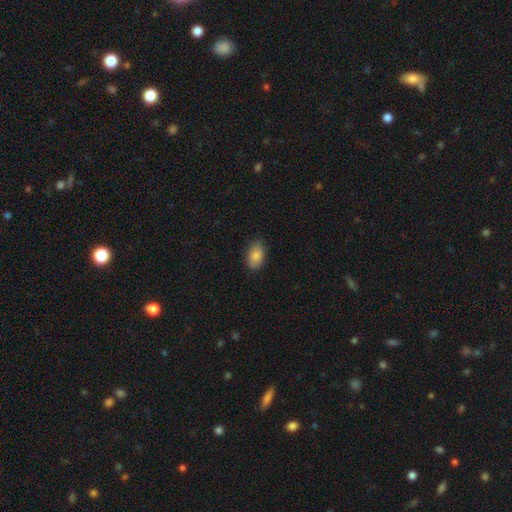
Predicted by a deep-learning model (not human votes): This appears to be a smooth galaxy with no disk features (86%) that is in between round and cigar-shaped (92%). Merging: none (83%).